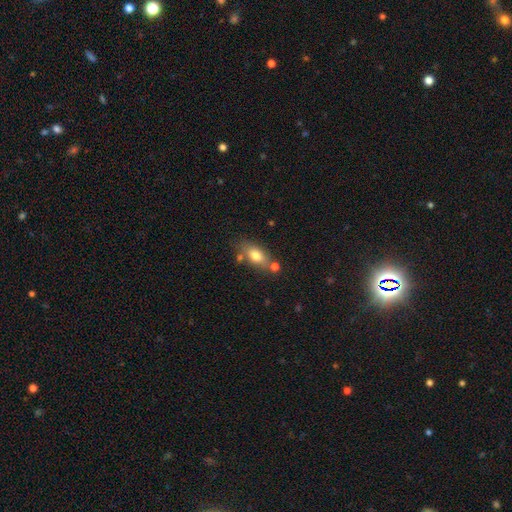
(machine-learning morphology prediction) This appears to be a smooth galaxy with no disk features (75%) that is in between round and cigar-shaped (83%). Merging: none (64%).